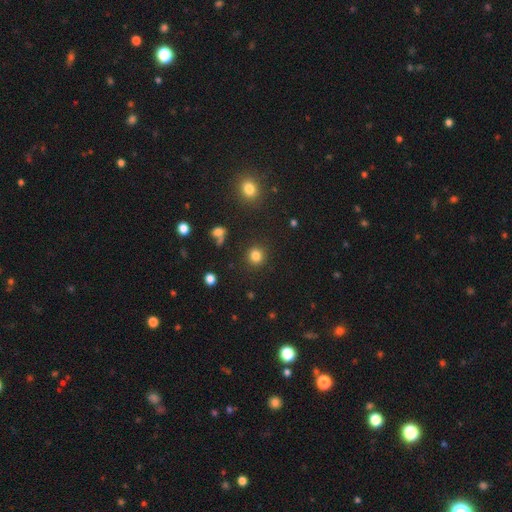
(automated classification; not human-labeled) Smooth or featured: smooth — 82% (star or artifact — 13%)
How rounded: round — 90% (in between — 9%)
Merging: none — 89% (minor disturbance — 6%)